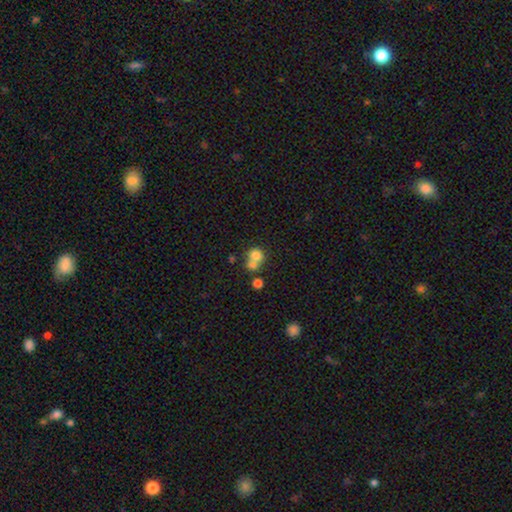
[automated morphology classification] A smooth galaxy with no disk features (74%) that is round (80%).

Vote fractions:
- Smooth or featured? smooth: 74% / featured or disk: 14% / star or artifact: 12%
- How rounded? round: 80% / in between: 19% / cigar-shaped: 1%
- Merging? merger: 53% / none: 37% / minor disturbance: 7% / major disturbance: 4%